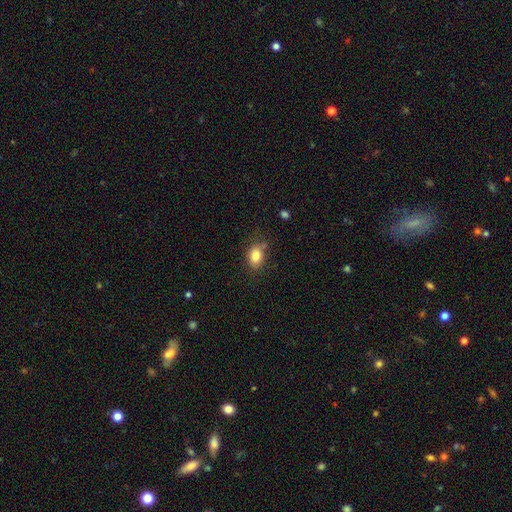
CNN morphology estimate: This appears to be a smooth galaxy with no disk features (83%) that is in between round and cigar-shaped (74%). Merging: none (69%).